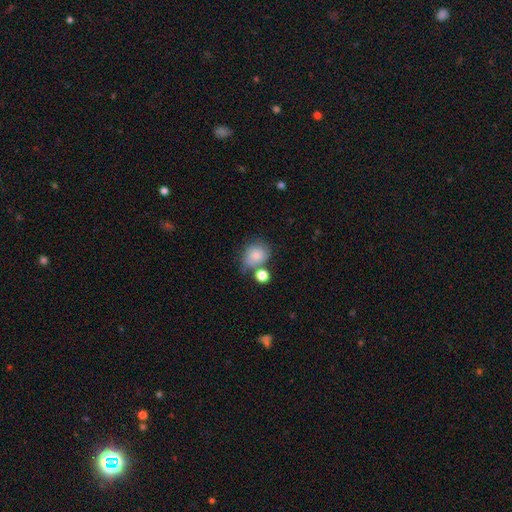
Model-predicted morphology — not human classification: type=smooth (78%); roundness=round (62%); merging=none (48%).